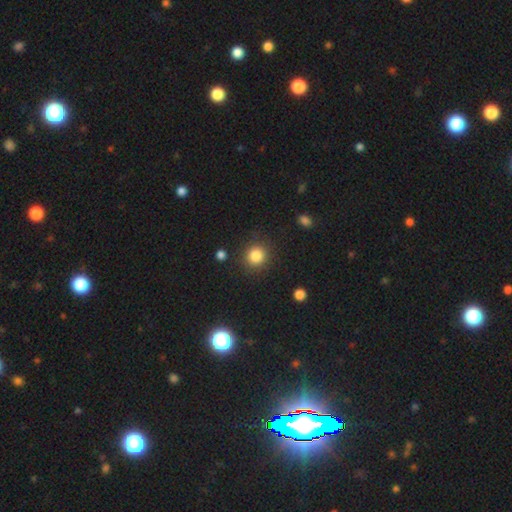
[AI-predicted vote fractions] This is clearly a smooth galaxy (84%). How rounded: clearly round (88%). Merging: clearly none (87%).